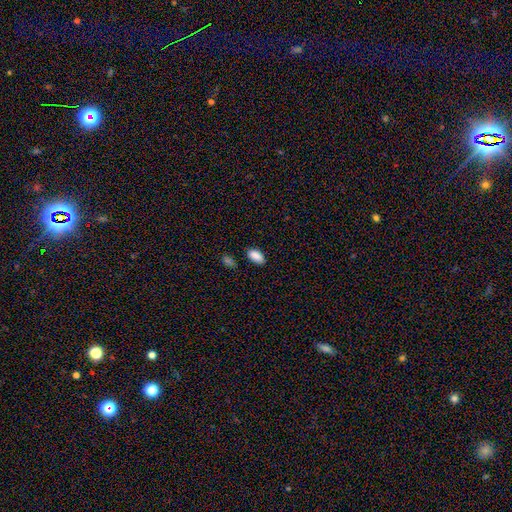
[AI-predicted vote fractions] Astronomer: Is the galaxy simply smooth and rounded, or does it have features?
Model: smooth — 89%.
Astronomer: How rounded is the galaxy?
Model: in between — 93%.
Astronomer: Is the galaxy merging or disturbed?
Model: none — 81%.